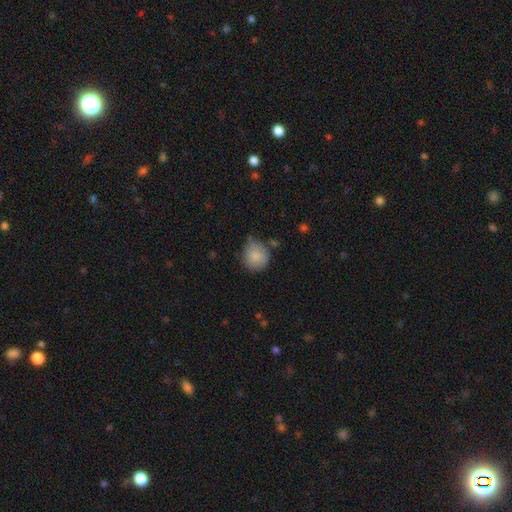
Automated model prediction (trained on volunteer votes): Morphology: type=smooth (84%); roundness=round (86%); merging=none (57%).